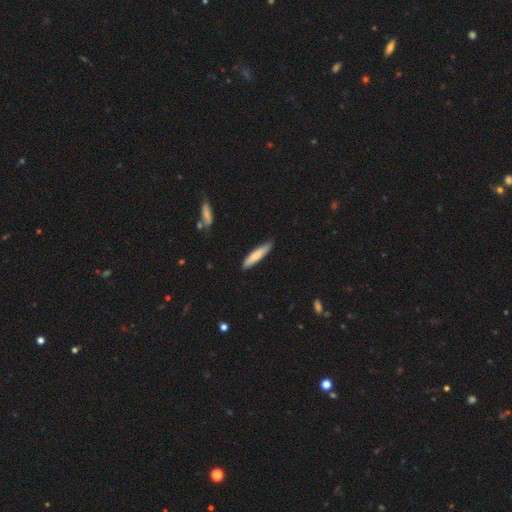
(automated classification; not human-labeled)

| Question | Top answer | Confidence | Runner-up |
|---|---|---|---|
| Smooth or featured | smooth | 73% | featured or disk (21%) |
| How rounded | cigar-shaped | 84% | in between (15%) |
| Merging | none | 86% | minor disturbance (11%) |